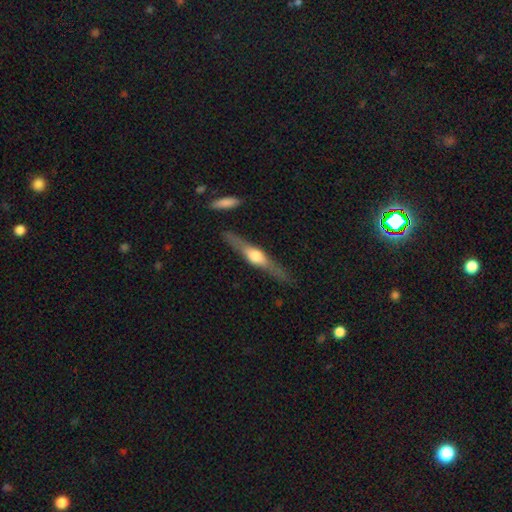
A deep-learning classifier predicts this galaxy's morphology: Smooth or featured?
  - featured or disk: 73% *
  - smooth: 22%
  - star or artifact: 5%
Edge-on disk?
  - yes: 96% *
  - no: 4%
Edge-on bulge?
  - rounded: 91% *
  - boxy: 6%
  - none: 2%
Merging?
  - none: 84% *
  - minor disturbance: 11%
  - major disturbance: 3%
  - merger: 2%